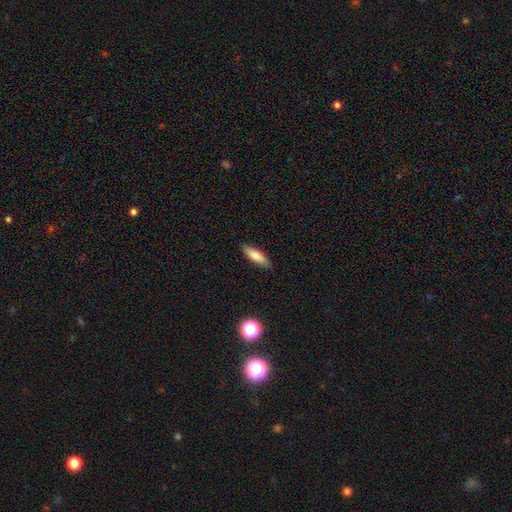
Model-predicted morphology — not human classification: Smooth or featured? Predicted: smooth (p=0.79). How rounded? Predicted: cigar-shaped (p=0.52). Merging? Predicted: none (p=0.86).